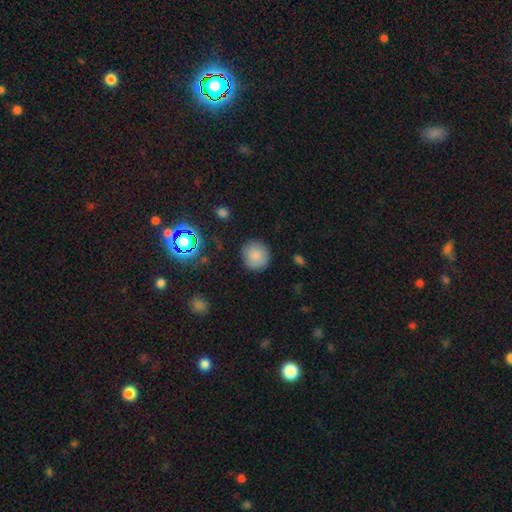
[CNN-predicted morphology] Q: Smooth or featured?
A: smooth (82%); runner-up: star or artifact (10%)
Q: How rounded?
A: round (92%); runner-up: in between (7%)
Q: Merging?
A: none (86%); runner-up: minor disturbance (9%)